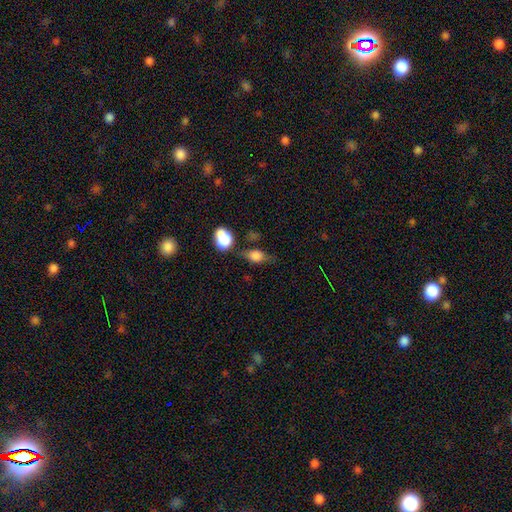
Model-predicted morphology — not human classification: smooth 71%, featured or disk 18%, star or artifact 11%. Down the decision tree: how rounded — in between (65%); merging — none (50%).